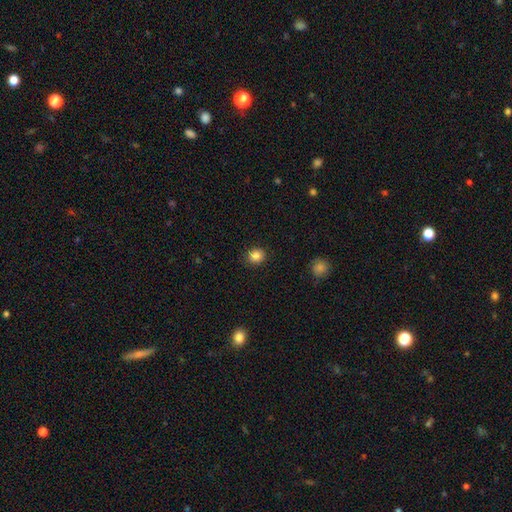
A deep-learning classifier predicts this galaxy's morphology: Q: Smooth or featured?
A: smooth (85%); runner-up: star or artifact (11%)
Q: How rounded?
A: round (84%); runner-up: in between (15%)
Q: Merging?
A: none (89%); runner-up: minor disturbance (8%)